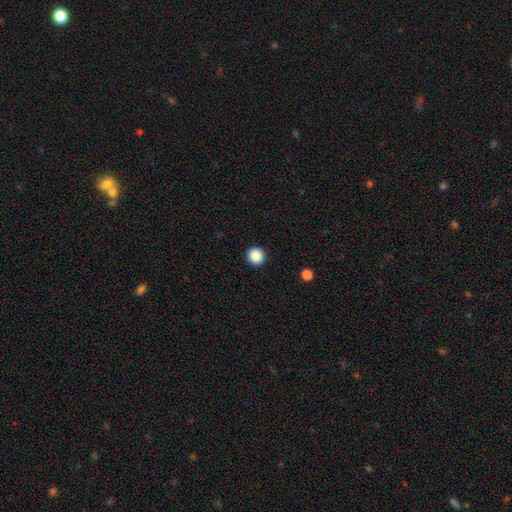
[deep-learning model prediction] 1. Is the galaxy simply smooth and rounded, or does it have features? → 88% smooth, 9% star or artifact, 3% featured or disk.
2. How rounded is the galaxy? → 95% round, 4% in between, 1% cigar-shaped.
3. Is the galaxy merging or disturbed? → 94% none, 4% minor disturbance, 1% major disturbance, 1% merger.